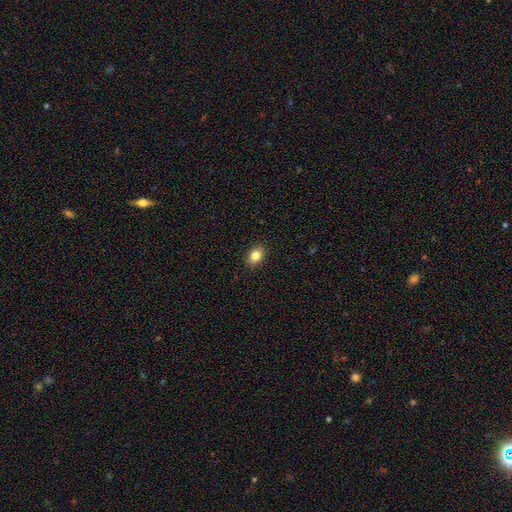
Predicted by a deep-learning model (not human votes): Overall: smooth (84%). How rounded: in between (70%). Merging: none (89%).